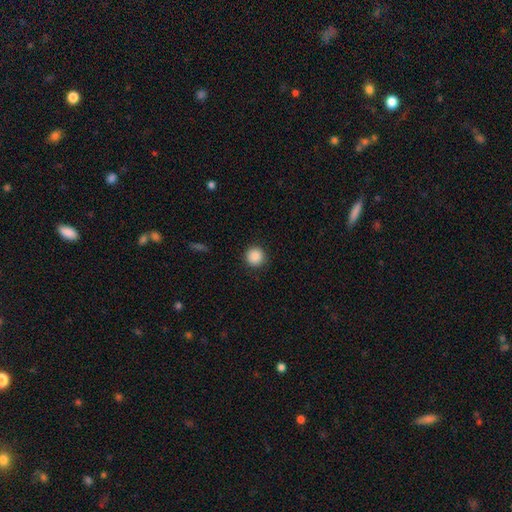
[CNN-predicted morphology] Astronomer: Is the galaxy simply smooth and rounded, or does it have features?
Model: smooth — 88%.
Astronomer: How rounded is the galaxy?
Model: round — 95%.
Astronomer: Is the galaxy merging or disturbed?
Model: none — 91%.